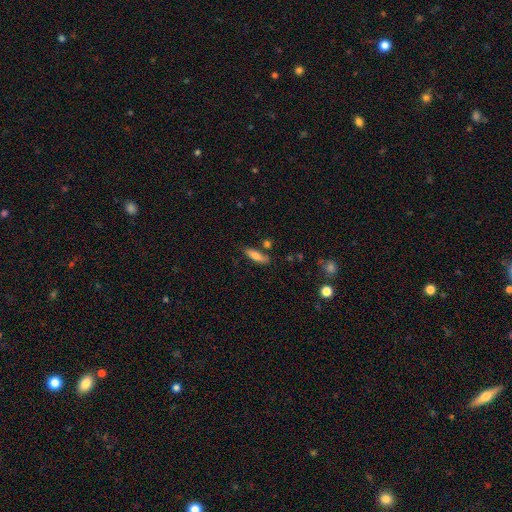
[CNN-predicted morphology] A smooth galaxy with no disk features (74%) that is cigar-shaped (56%).

Vote fractions:
- Smooth or featured? smooth: 74% / featured or disk: 19% / star or artifact: 7%
- How rounded? cigar-shaped: 56% / in between: 42% / round: 2%
- Merging? none: 75% / minor disturbance: 15% / merger: 6% / major disturbance: 3%